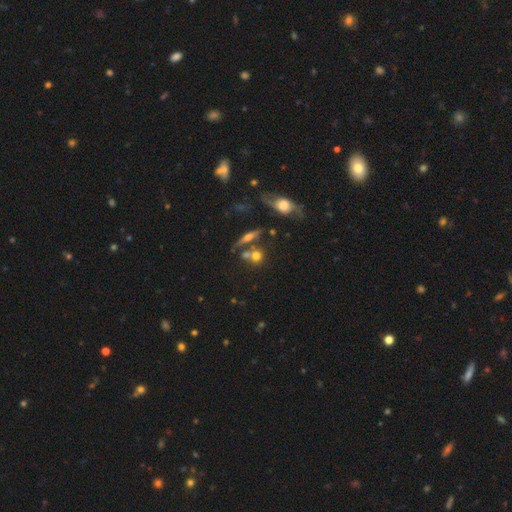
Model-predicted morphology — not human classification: This appears to be a smooth galaxy with no disk features (61%) that is round (80%). Merging: none (54%).